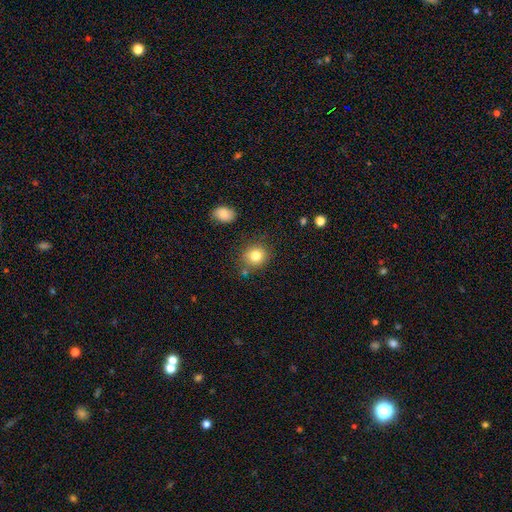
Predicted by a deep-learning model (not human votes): Morphology: type=smooth (80%); roundness=round (81%); merging=none (79%).